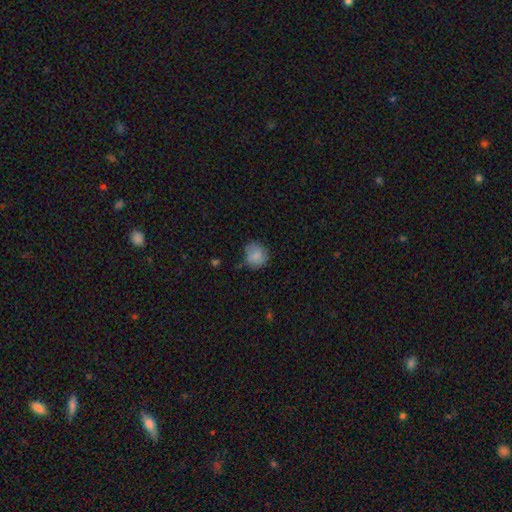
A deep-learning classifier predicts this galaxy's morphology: A smooth galaxy with no disk features (81%) that is round (81%). Merging: none (64%).